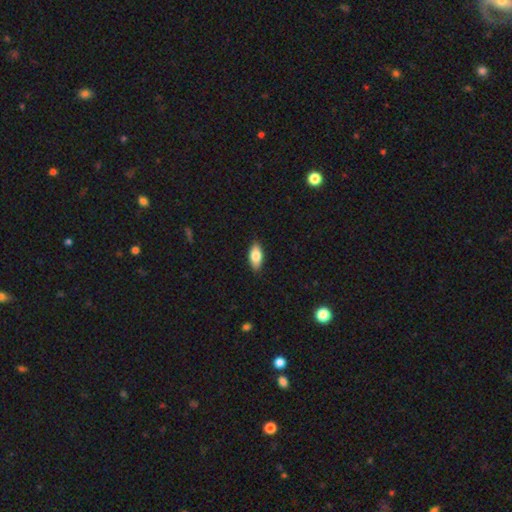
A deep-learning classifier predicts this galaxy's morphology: A smooth galaxy with no disk features (81%) that is in between round and cigar-shaped (89%). Merging: none (89%).